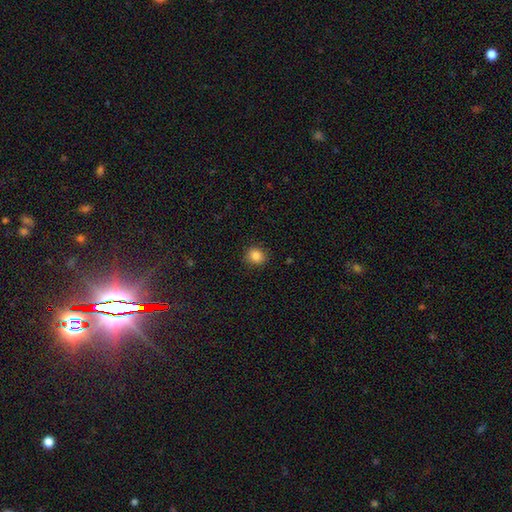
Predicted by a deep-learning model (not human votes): smooth-or-featured: smooth: 86% | star or artifact: 11% | featured or disk: 4%
  how-rounded: round: 77% | in between: 22% | cigar-shaped: 1%
  merging: none: 88% | minor disturbance: 9% | major disturbance: 3% | merger: 1%